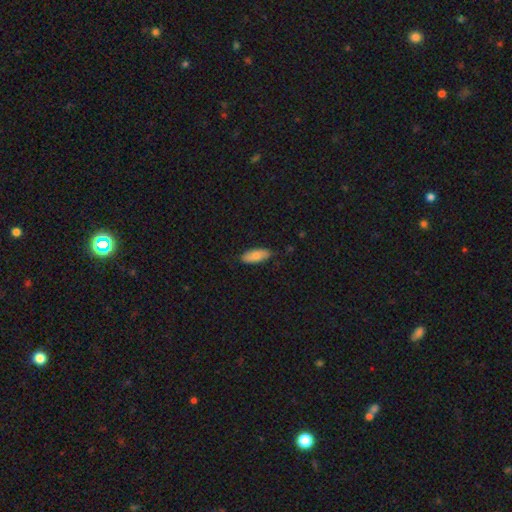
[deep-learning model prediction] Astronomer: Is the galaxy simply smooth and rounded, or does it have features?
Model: smooth — 79%.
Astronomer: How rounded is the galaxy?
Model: in between — 79%.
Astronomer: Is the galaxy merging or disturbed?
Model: none — 79%.